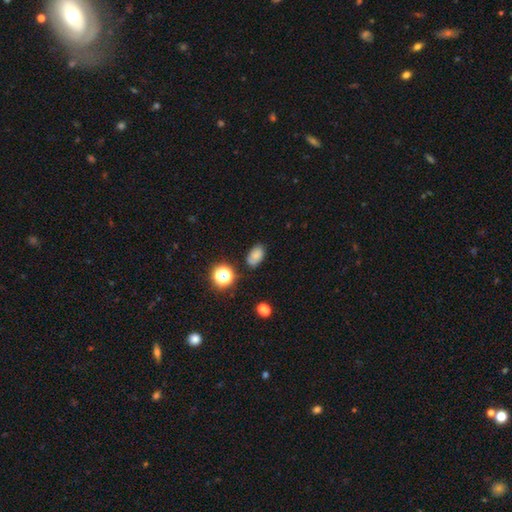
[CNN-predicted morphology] Smooth or featured?
  - smooth: 76% *
  - star or artifact: 15%
  - featured or disk: 9%
How rounded?
  - in between: 87% *
  - round: 12%
  - cigar-shaped: 1%
Merging?
  - none: 76% *
  - minor disturbance: 17%
  - major disturbance: 4%
  - merger: 3%